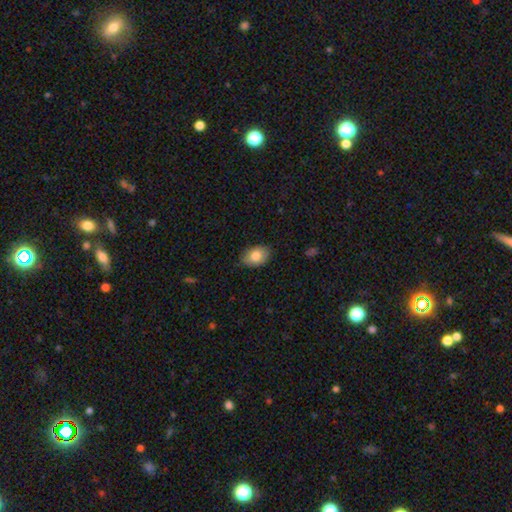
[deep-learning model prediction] Smooth or featured? Predicted: smooth (p=0.83). How rounded? Predicted: in between (p=0.87). Merging? Predicted: none (p=0.81).